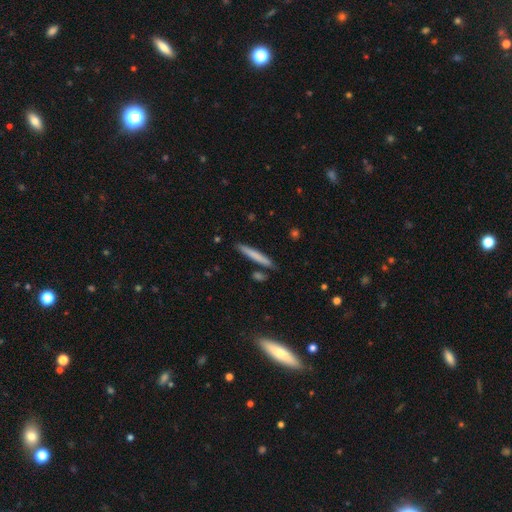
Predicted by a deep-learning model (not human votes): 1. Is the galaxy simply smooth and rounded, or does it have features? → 72% smooth, 22% featured or disk, 6% star or artifact.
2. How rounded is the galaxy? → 95% cigar-shaped, 3% in between, 1% round.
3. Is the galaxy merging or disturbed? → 87% none, 8% minor disturbance, 3% merger, 2% major disturbance.